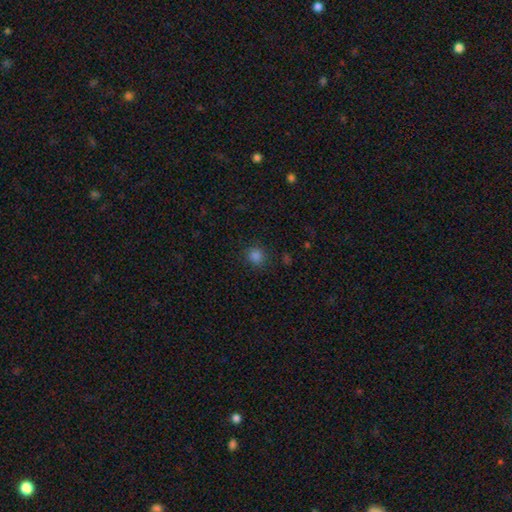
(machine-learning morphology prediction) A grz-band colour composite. It shows a smooth galaxy with no disk features (81%) that is round (85%). Merging: none (87%).